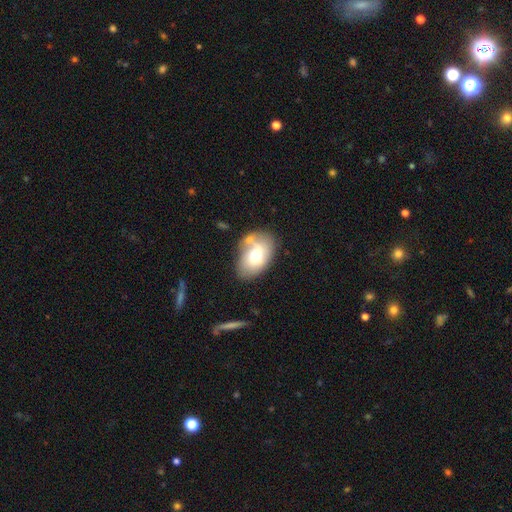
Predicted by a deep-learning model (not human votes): Q: Smooth or featured?
A: smooth (64%); runner-up: featured or disk (28%)
Q: How rounded?
A: in between (85%); runner-up: round (14%)
Q: Merging?
A: none (54%); runner-up: minor disturbance (22%)